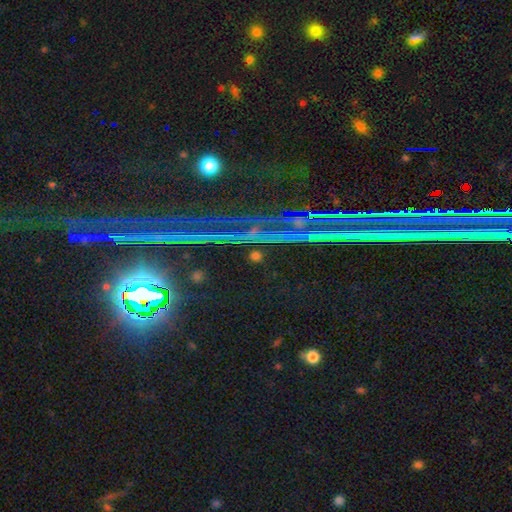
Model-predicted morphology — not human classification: smooth_or_featured: star or artifact (p=0.79) [alt: smooth p=0.12]